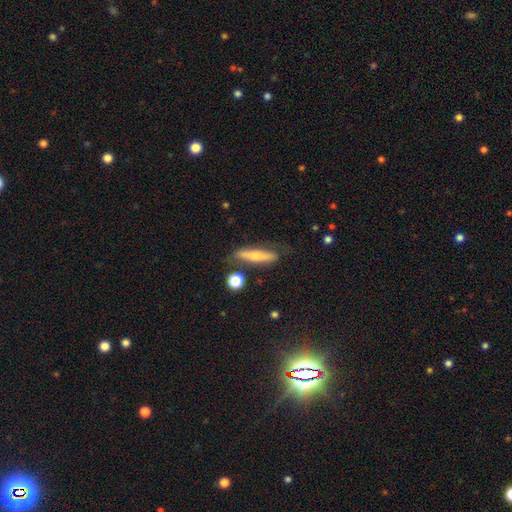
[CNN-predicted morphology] smooth_or_featured: smooth (p=0.58) [alt: featured or disk p=0.35]
how_rounded: cigar-shaped (p=0.77) [alt: in between p=0.20]
merging: none (p=0.74) [alt: minor disturbance p=0.17]